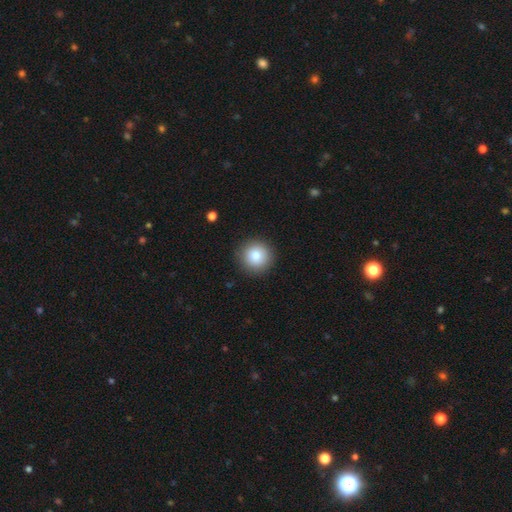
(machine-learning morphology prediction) This is clearly a smooth galaxy (82%). How rounded: clearly round (95%). Merging: clearly none (91%).